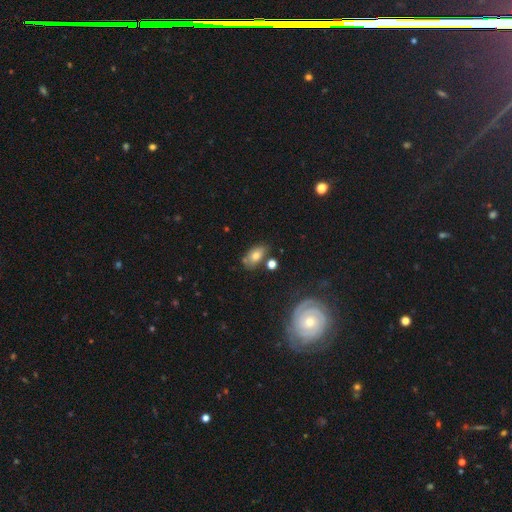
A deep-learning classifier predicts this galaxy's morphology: smooth-or-featured: smooth: 66% | featured or disk: 22% | star or artifact: 11%
  how-rounded: in between: 87% | round: 10% | cigar-shaped: 3%
  merging: none: 66% | minor disturbance: 19% | merger: 10% | major disturbance: 5%